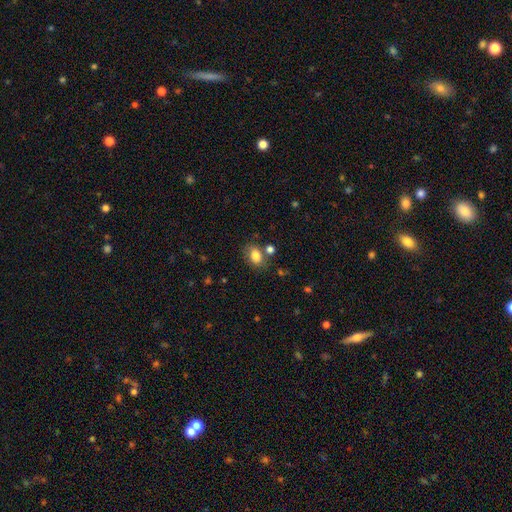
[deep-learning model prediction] Smooth or featured? Predicted: smooth (p=0.81). How rounded? Predicted: in between (p=0.77). Merging? Predicted: none (p=0.68).